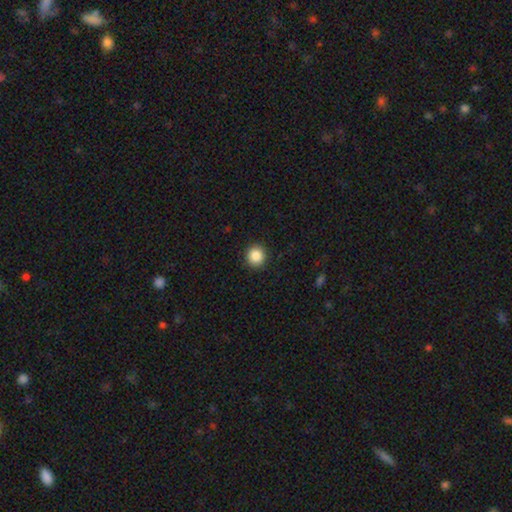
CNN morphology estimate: smooth_or_featured: smooth (p=0.87) [alt: star or artifact p=0.10]
how_rounded: round (p=0.93) [alt: in between p=0.06]
merging: none (p=0.92) [alt: minor disturbance p=0.05]